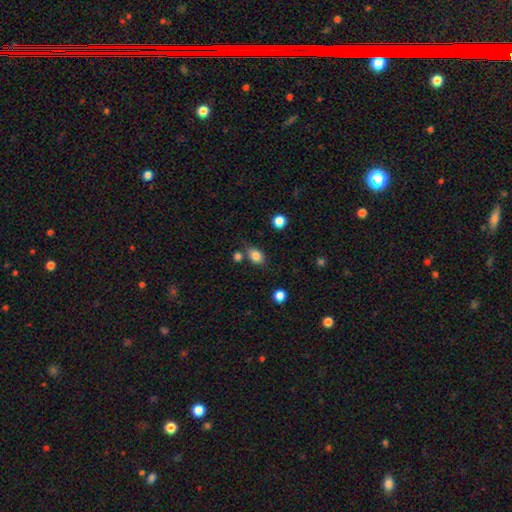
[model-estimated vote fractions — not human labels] smooth_or_featured: smooth (p=0.84) [alt: star or artifact p=0.10]
how_rounded: in between (p=0.73) [alt: round p=0.26]
merging: none (p=0.71) [alt: minor disturbance p=0.14]